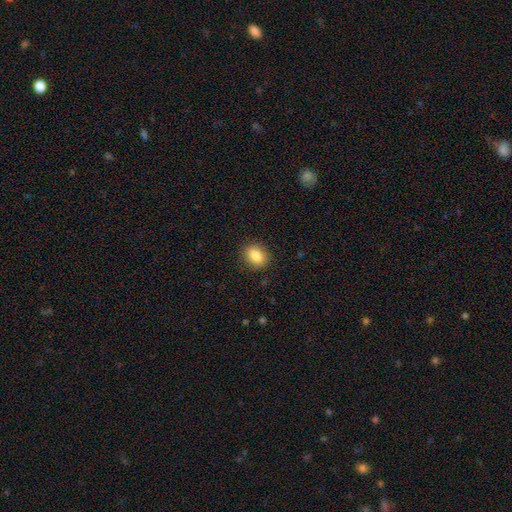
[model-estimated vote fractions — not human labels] smooth 86%, star or artifact 9%, featured or disk 5%. Down the decision tree: how rounded — in between (50%); merging — none (88%).